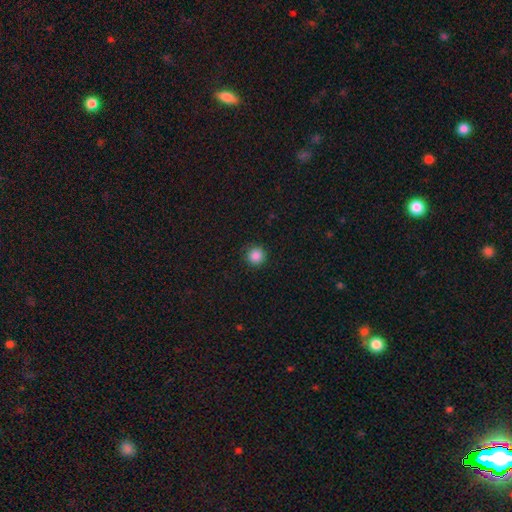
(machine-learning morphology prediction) Smooth or featured? smooth (87%)
How rounded? round (95%)
Merging? none (91%)